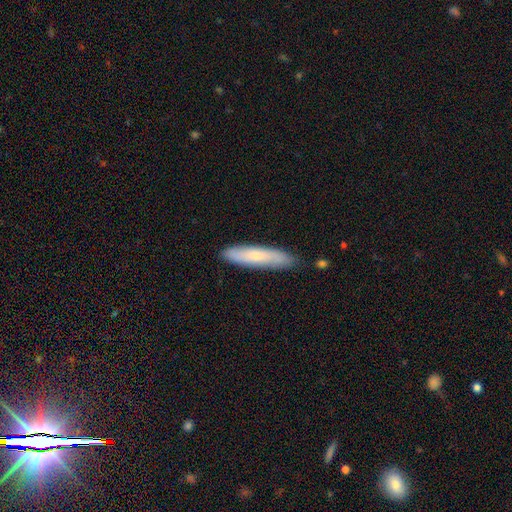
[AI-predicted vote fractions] smooth_or_featured: smooth (p=0.65) [alt: featured or disk p=0.29]
how_rounded: cigar-shaped (p=0.84) [alt: in between p=0.15]
merging: none (p=0.83) [alt: minor disturbance p=0.13]